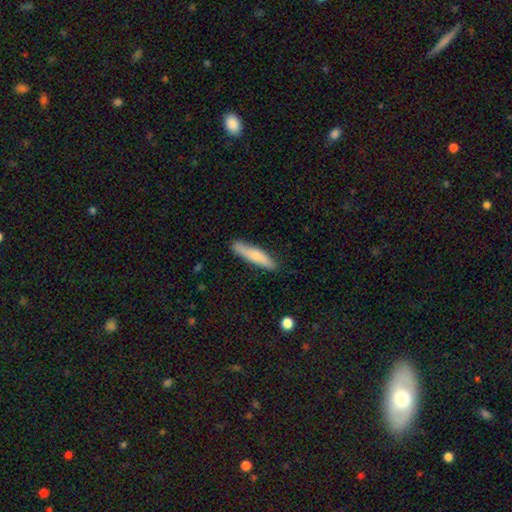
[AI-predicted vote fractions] This is likely a smooth galaxy (69%). How rounded: clearly cigar-shaped (82%). Merging: clearly none (83%).